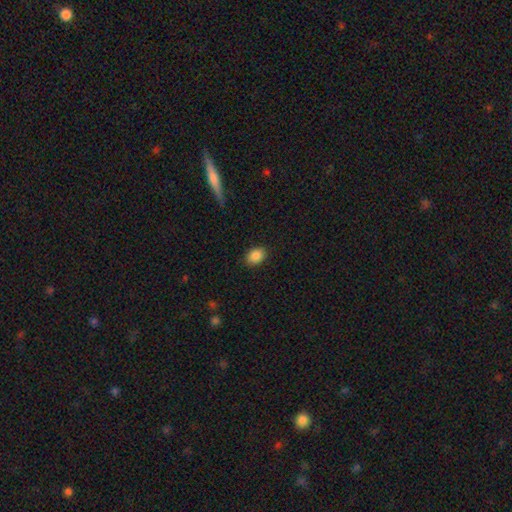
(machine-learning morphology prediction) Smooth or featured? smooth (88%)
How rounded? in between (74%)
Merging? none (88%)